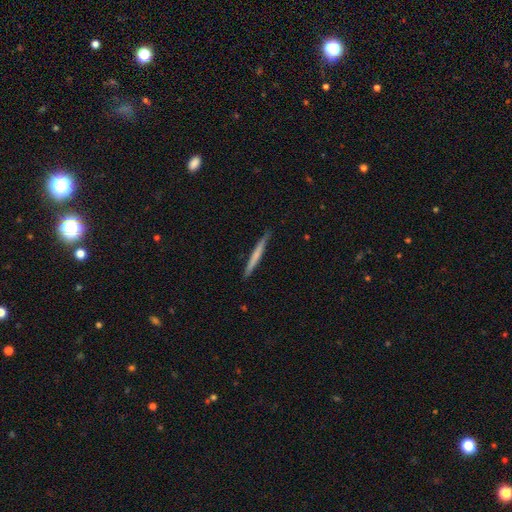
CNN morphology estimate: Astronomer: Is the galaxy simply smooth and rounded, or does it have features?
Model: smooth — 57% (runner-up: featured or disk, 38%).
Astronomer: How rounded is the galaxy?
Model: cigar-shaped — 97%.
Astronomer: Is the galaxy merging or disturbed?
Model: none — 88%.